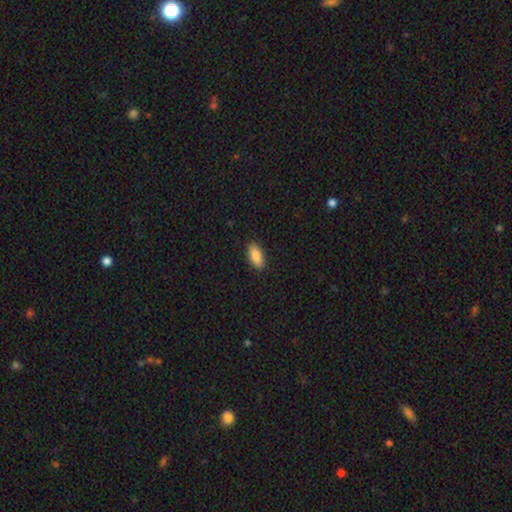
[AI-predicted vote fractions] A smooth galaxy with no disk features (87%) that is in between round and cigar-shaped (87%).

Vote fractions:
- Smooth or featured? smooth: 87% / featured or disk: 7% / star or artifact: 6%
- How rounded? in between: 87% / cigar-shaped: 10% / round: 2%
- Merging? none: 89% / minor disturbance: 8% / major disturbance: 2% / merger: 1%